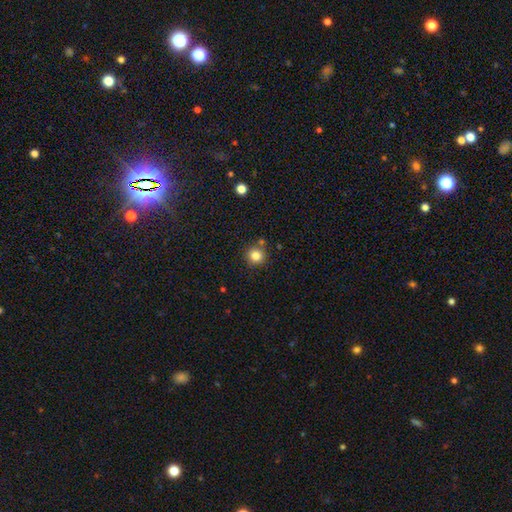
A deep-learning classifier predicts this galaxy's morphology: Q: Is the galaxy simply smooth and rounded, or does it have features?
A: smooth — 83%.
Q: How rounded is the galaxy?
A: round — 93%.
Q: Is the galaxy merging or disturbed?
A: none — 82%.